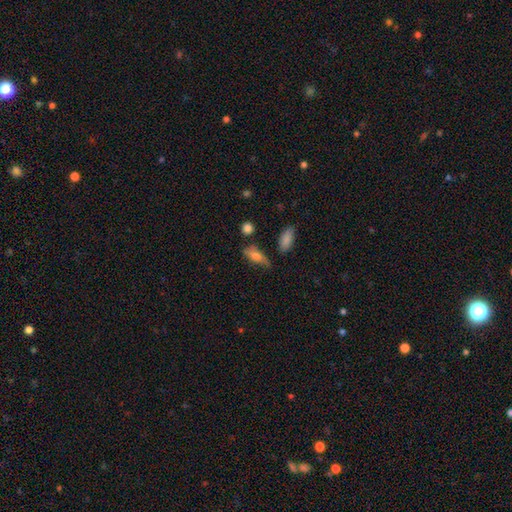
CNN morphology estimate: Q: Smooth or featured?
A: smooth (69%); runner-up: featured or disk (22%)
Q: How rounded?
A: in between (74%); runner-up: cigar-shaped (21%)
Q: Merging?
A: none (52%); runner-up: minor disturbance (31%)